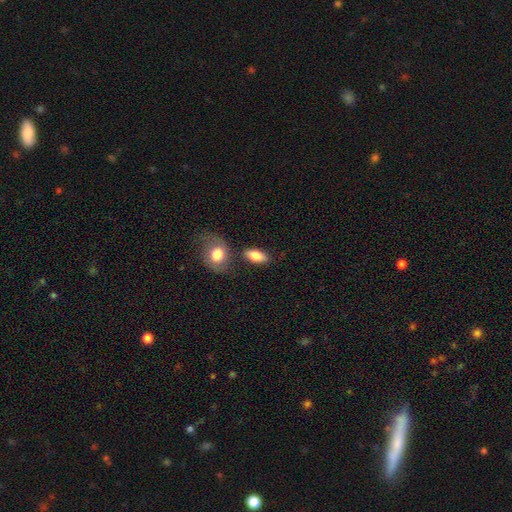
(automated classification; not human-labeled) Smooth or featured? smooth (80%)
How rounded? in between (87%)
Merging? none (72%)